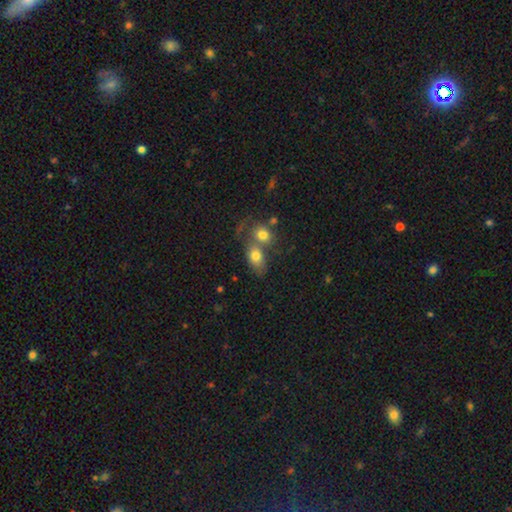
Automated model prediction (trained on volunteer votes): A smooth galaxy with no disk features (75%) that is in between round and cigar-shaped (76%). Merging: merger (60%).